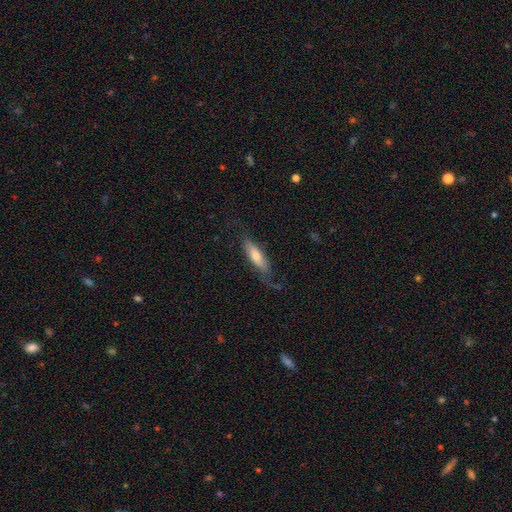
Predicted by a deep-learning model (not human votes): smooth-or-featured: smooth: 57% | featured or disk: 37% | star or artifact: 6%
  how-rounded: cigar-shaped: 59% | in between: 39% | round: 2%
  merging: none: 56% | minor disturbance: 25% | major disturbance: 17% | merger: 2%